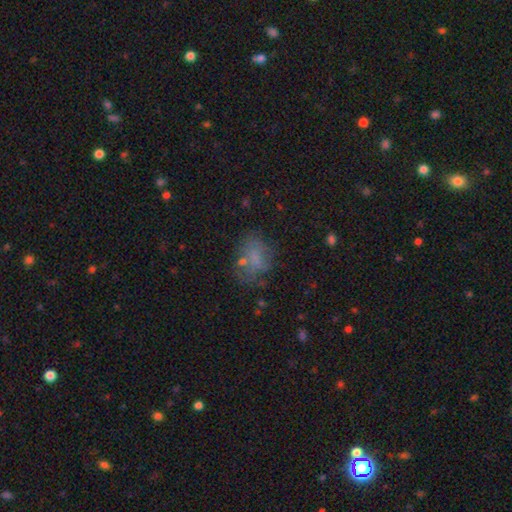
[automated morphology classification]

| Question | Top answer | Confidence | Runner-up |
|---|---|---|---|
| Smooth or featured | smooth | 57% | featured or disk (26%) |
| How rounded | in between | 73% | round (25%) |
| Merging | none | 51% | minor disturbance (23%) |